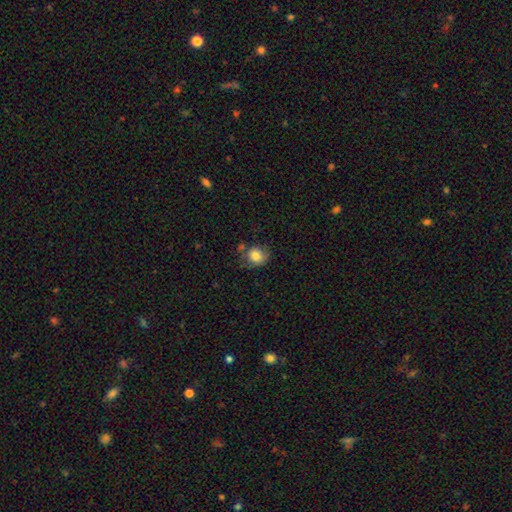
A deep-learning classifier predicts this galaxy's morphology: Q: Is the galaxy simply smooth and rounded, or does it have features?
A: smooth — 81%.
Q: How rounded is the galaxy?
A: round — 73%.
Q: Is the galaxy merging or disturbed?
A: none — 61%.